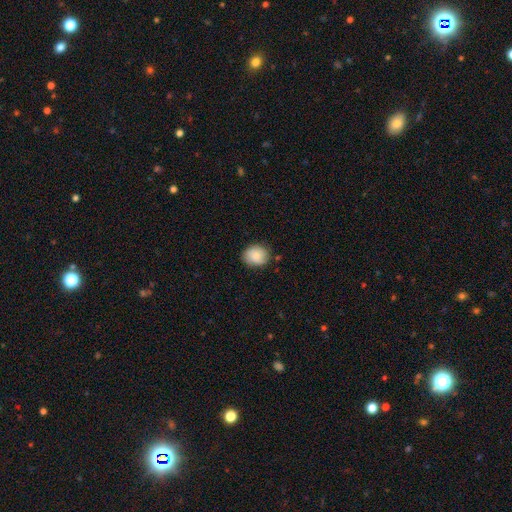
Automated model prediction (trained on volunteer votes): smooth_or_featured: smooth (p=0.83) [alt: featured or disk p=0.10]
how_rounded: round (p=0.68) [alt: in between p=0.31]
merging: none (p=0.80) [alt: minor disturbance p=0.16]